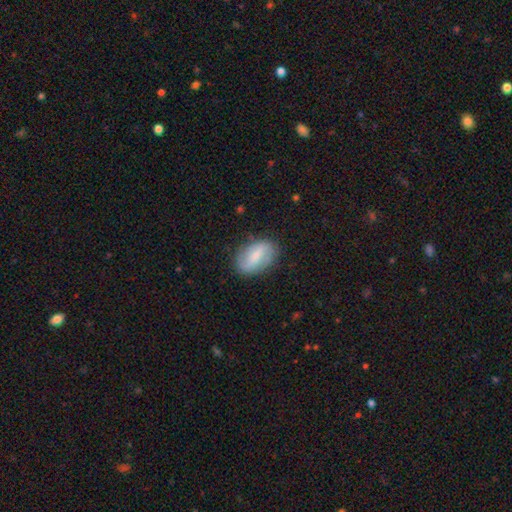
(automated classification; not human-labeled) A smooth galaxy with no disk features (47%).

Vote fractions:
- Smooth or featured? smooth: 47% / featured or disk: 46% / star or artifact: 7%
- Merging? none: 79% / minor disturbance: 15% / major disturbance: 4% / merger: 1%